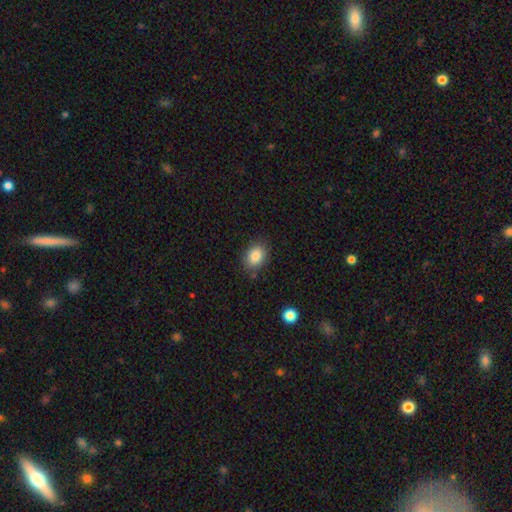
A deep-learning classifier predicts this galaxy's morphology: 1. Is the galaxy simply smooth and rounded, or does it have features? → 86% smooth, 9% star or artifact, 6% featured or disk.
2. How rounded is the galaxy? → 69% in between, 30% round, 1% cigar-shaped.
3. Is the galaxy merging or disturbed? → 83% none, 12% minor disturbance, 3% major disturbance, 2% merger.